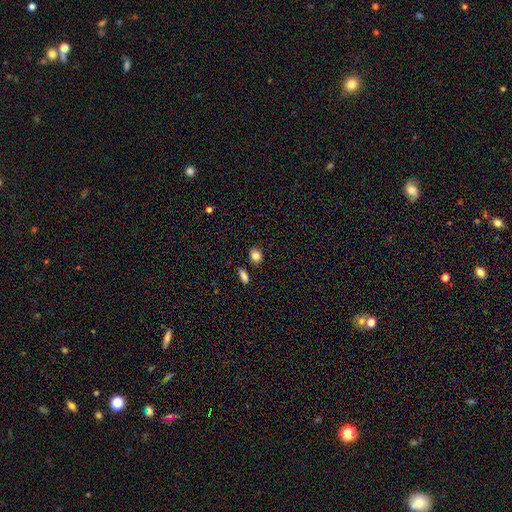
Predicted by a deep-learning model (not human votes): Smooth or featured?
  - smooth: 85% *
  - star or artifact: 10%
  - featured or disk: 5%
How rounded?
  - round: 66% *
  - in between: 33%
  - cigar-shaped: 1%
Merging?
  - none: 85% *
  - minor disturbance: 9%
  - merger: 4%
  - major disturbance: 2%